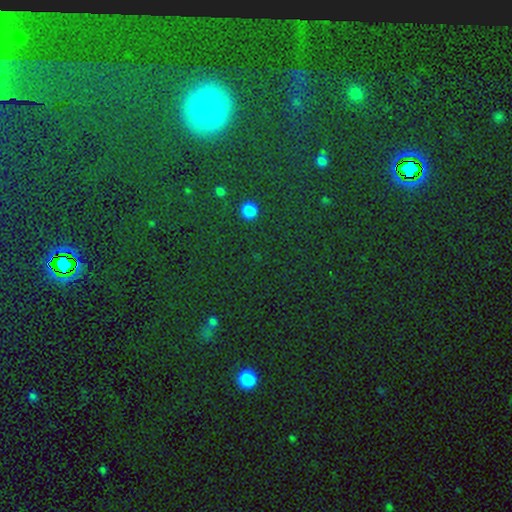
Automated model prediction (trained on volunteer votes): This appears to be a star or artifact, not a galaxy (67%).